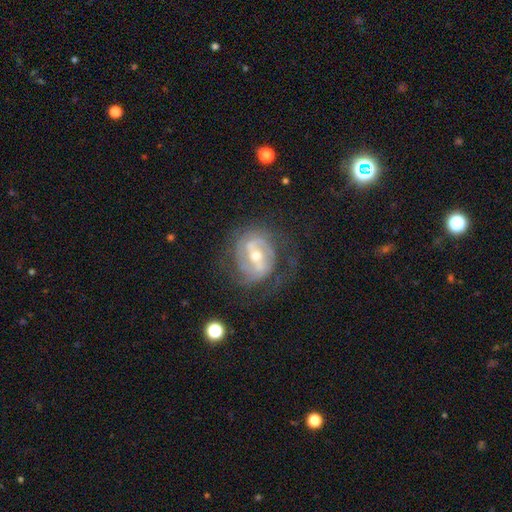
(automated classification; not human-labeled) featured or disk 84%, smooth 10%, star or artifact 6%. Down the decision tree: edge-on disk — no (97%); bar — weak (43%); spiral arms — yes (89%); spiral arm count — 2 (52%); spiral winding — tight (47%); bulge size — moderate (61%); merging — none (63%).